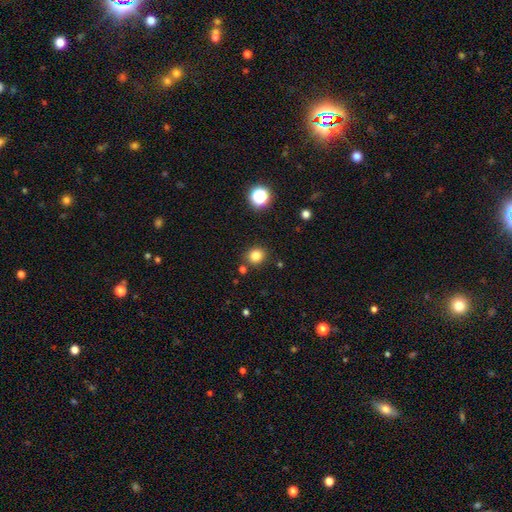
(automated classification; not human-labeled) smooth 82%, star or artifact 13%, featured or disk 5%. Down the decision tree: how rounded — round (81%); merging — none (85%).